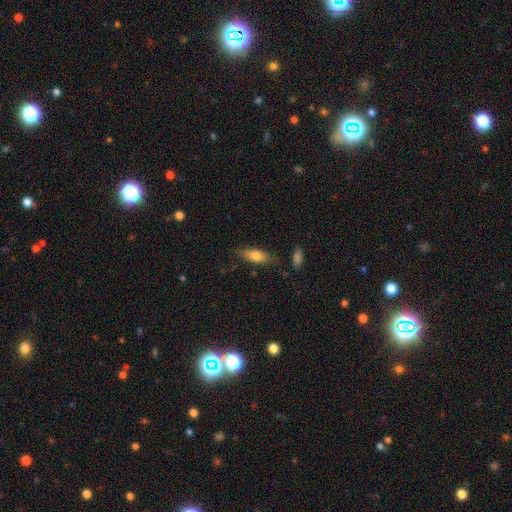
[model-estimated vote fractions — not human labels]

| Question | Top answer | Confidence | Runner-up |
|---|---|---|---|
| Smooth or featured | smooth | 72% | featured or disk (21%) |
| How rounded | in between | 63% | cigar-shaped (34%) |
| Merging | none | 77% | minor disturbance (17%) |